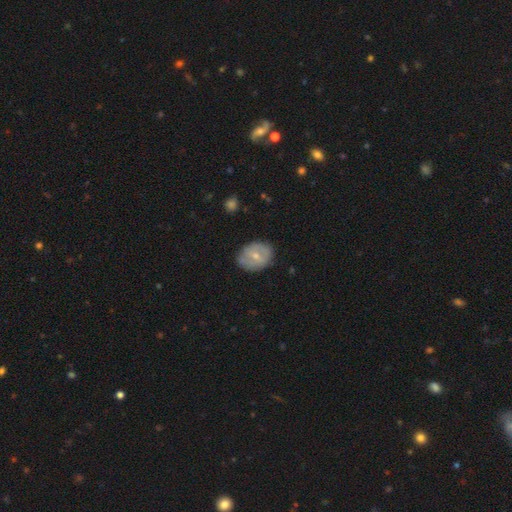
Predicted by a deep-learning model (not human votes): Morphology: type=smooth (49%); merging=none (72%).